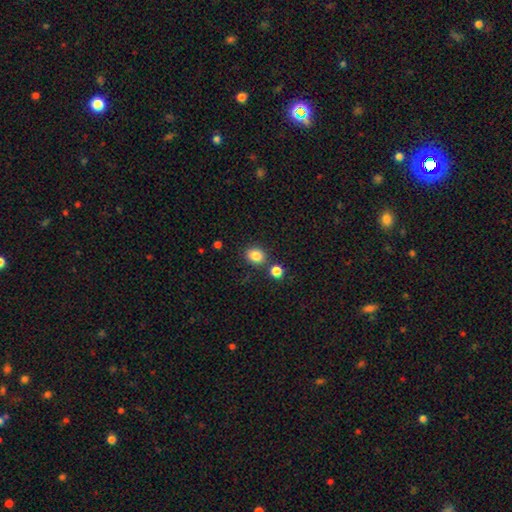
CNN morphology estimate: type=smooth (84%); roundness=round (55%); merging=none (77%).